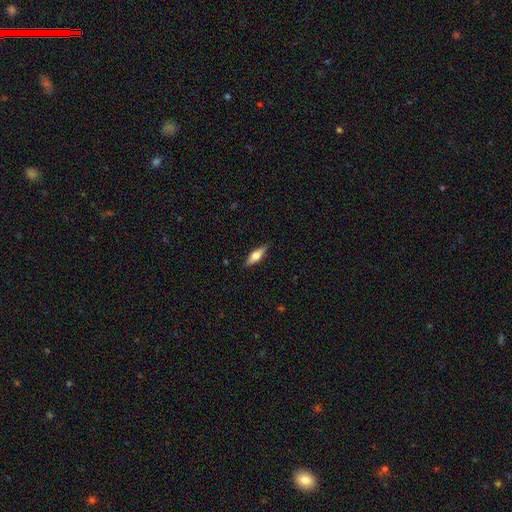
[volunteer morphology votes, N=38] This is possibly a smooth galaxy (58%). How rounded: possibly cigar-shaped (59%). Merging: clearly none (91%).